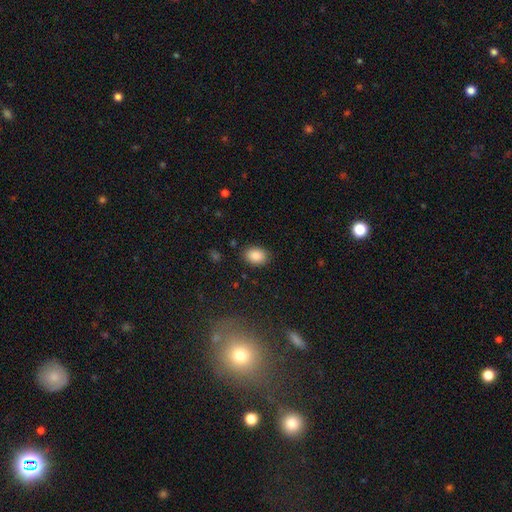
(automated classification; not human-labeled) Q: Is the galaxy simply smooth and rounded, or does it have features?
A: smooth — 87%.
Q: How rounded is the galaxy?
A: in between — 71%.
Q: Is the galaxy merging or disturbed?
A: none — 86%.